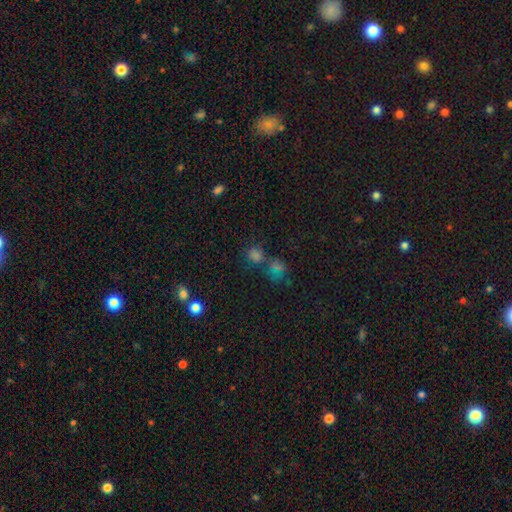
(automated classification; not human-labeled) smooth 52%, star or artifact 38%, featured or disk 10%. Down the decision tree: how rounded — round (74%); merging — none (51%).